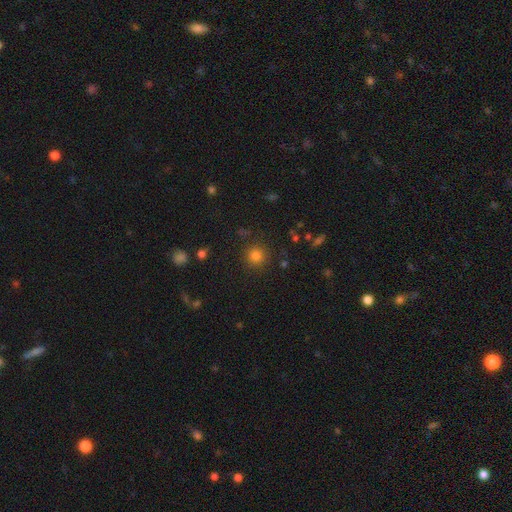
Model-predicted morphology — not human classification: A smooth galaxy with no disk features (80%) that is round (93%). Merging: none (89%).